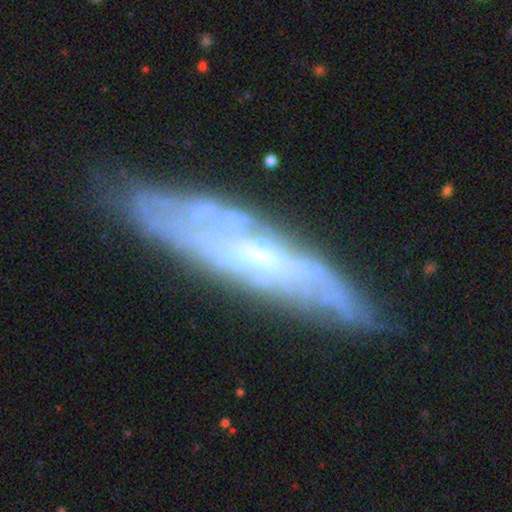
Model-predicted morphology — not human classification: featured or disk 73%, smooth 19%, star or artifact 7%. Down the decision tree: edge-on disk — no (52%); merging — none (73%).